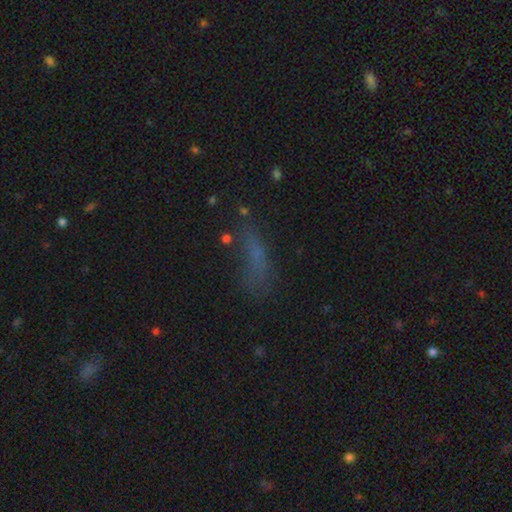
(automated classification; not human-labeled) Overall: smooth (57%; star or artifact 26%). How rounded: cigar-shaped (54%; in between 42%). Merging: none (53%; minor disturbance 23%).